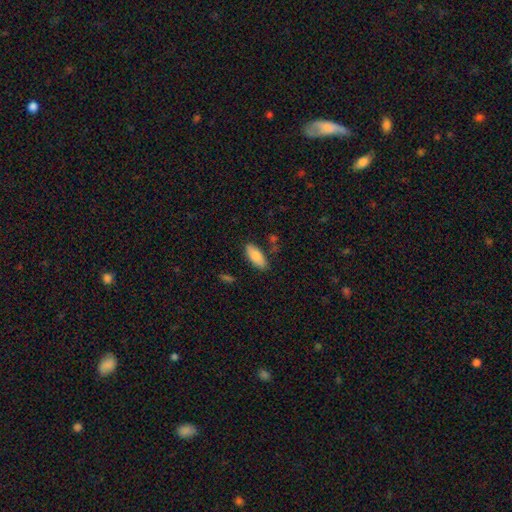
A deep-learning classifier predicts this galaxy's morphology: The model was most divided on "smooth or featured": smooth: 81%, featured or disk: 13%, star or artifact: 6%. More confident: how rounded — in between (86%); merging — none (81%).